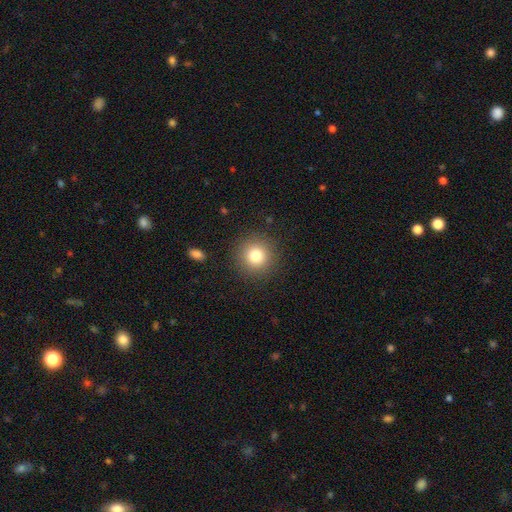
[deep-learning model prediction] Smooth or featured? Predicted: smooth (p=0.80). How rounded? Predicted: round (p=0.94). Merging? Predicted: none (p=0.90).